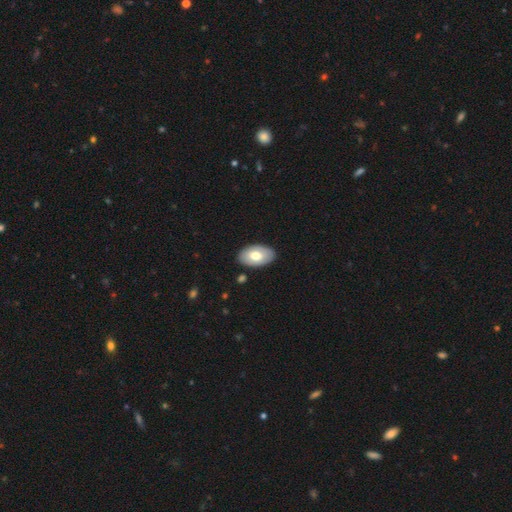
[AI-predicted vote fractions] This is likely a smooth galaxy (69%). How rounded: clearly in between (94%). Merging: clearly none (88%).